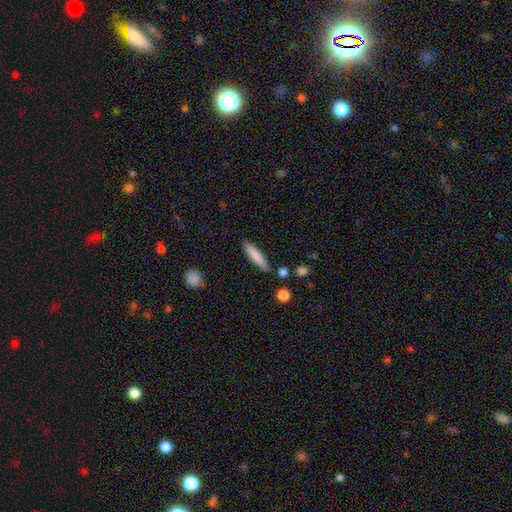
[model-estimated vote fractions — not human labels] Overall: smooth (80%). How rounded: cigar-shaped (86%). Merging: none (85%).